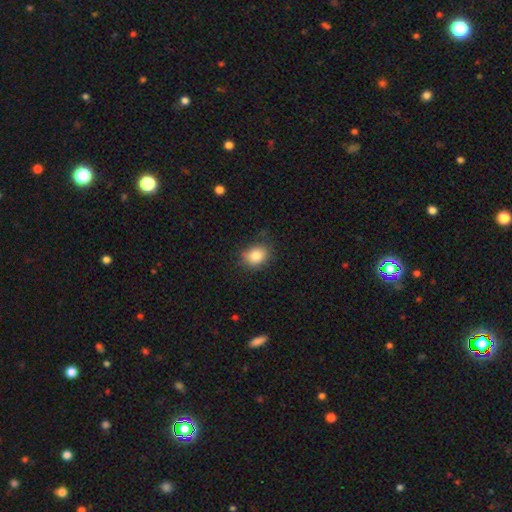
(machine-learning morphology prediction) smooth-or-featured: smooth: 84% | star or artifact: 9% | featured or disk: 7%
  how-rounded: in between: 52% | round: 47% | cigar-shaped: 1%
  merging: none: 79% | minor disturbance: 16% | major disturbance: 3% | merger: 2%